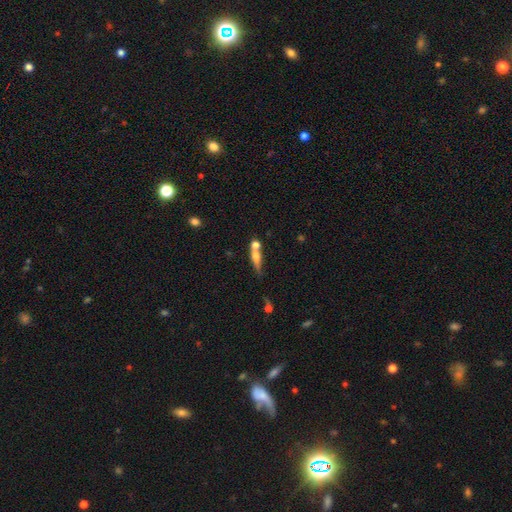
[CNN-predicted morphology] smooth-or-featured: smooth: 51% | featured or disk: 38% | star or artifact: 10%
  how-rounded: cigar-shaped: 58% | in between: 33% | round: 9%
  merging: none: 41% | merger: 37% | minor disturbance: 15% | major disturbance: 8%